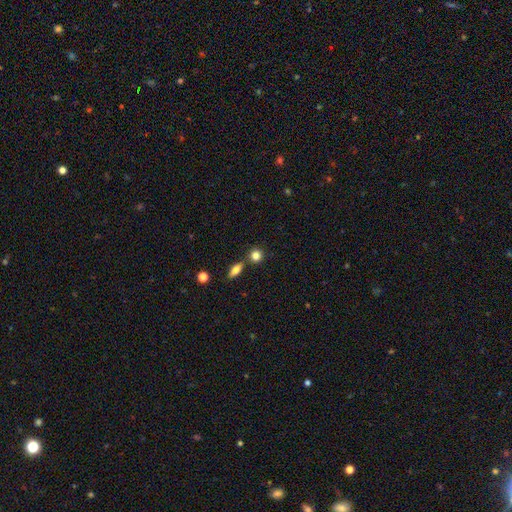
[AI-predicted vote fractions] Morphology: type=smooth (82%); roundness=round (85%); merging=none (73%).